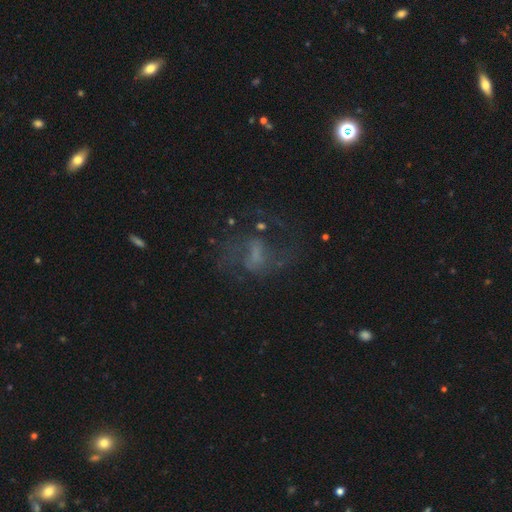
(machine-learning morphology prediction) smooth_or_featured: featured or disk (p=0.65) [alt: smooth p=0.19]
disk_edge_on: no (p=0.97) [alt: yes p=0.03]
bar: weak (p=0.46) [alt: no p=0.33]
has_spiral_arms: yes (p=0.73) [alt: no p=0.27]
bulge_size: none (p=0.44) [alt: small p=0.28]
merging: none (p=0.49) [alt: major disturbance p=0.32]